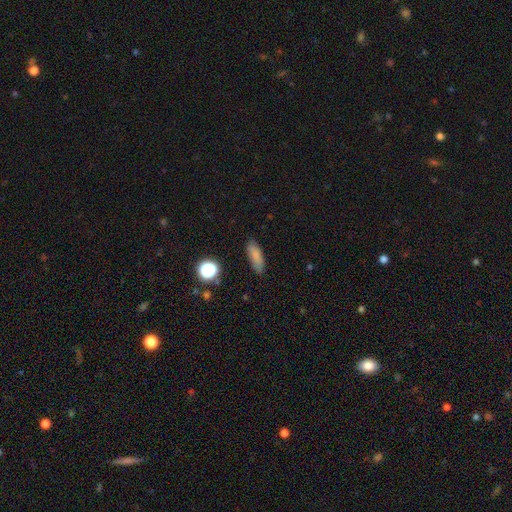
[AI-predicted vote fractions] This is clearly a smooth galaxy (81%). How rounded: possibly in between (55%). Merging: clearly none (82%).